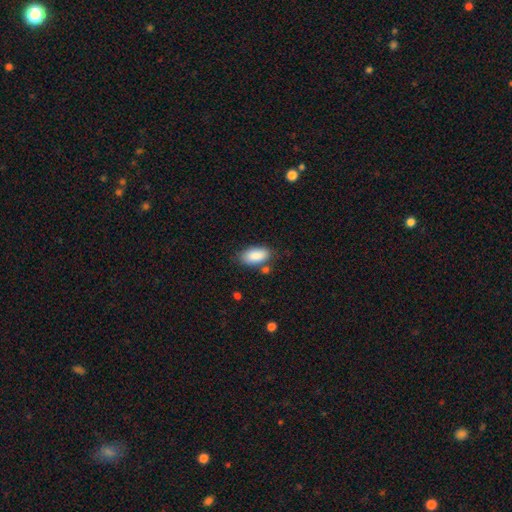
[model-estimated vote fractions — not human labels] Overall: smooth (89%). How rounded: in between (94%). Merging: none (76%).